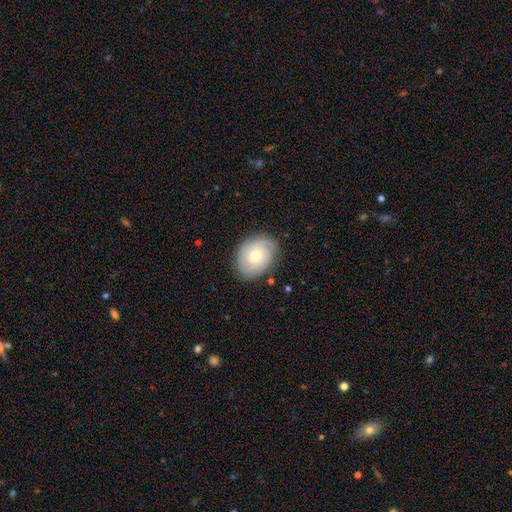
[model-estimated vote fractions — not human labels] smooth-or-featured: featured or disk: 59% | smooth: 34% | star or artifact: 7%
  disk-edge-on: no: 96% | yes: 4%
    bar: no: 74% | weak: 23% | strong: 3%
    has-spiral-arms: yes: 87% | no: 13%
    bulge-size: moderate: 48% | small: 47% | large: 2% | none: 1% | dominant: 1%
  merging: none: 82% | minor disturbance: 13% | major disturbance: 4% | merger: 1%